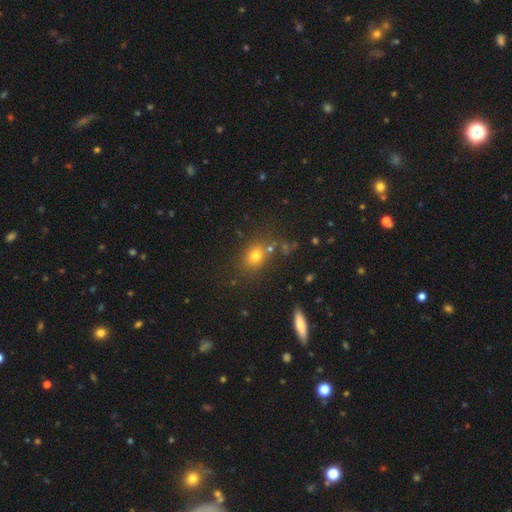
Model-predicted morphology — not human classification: Overall: smooth (73%). How rounded: round (54%; in between 44%). Merging: none (74%).